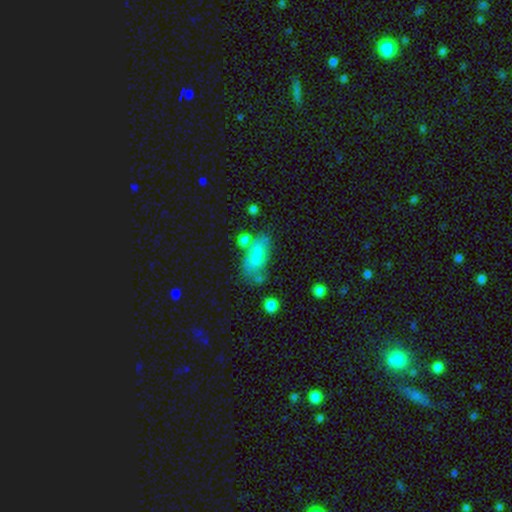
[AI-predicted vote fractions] Morphology: type=smooth (52%); roundness=in between (78%); merging=none (60%).